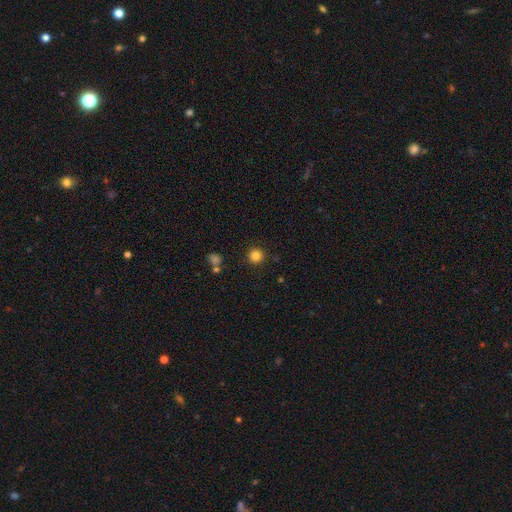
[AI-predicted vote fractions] This is clearly a smooth galaxy (84%). How rounded: clearly round (95%). Merging: clearly none (90%).